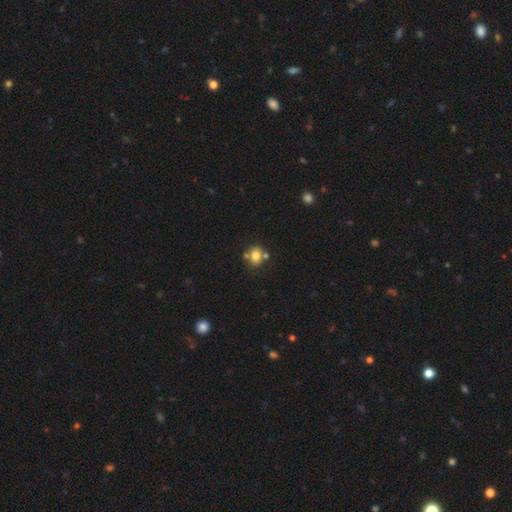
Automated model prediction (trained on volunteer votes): A smooth galaxy with no disk features (77%) that is round (68%).

Vote fractions:
- Smooth or featured? smooth: 77% / star or artifact: 12% / featured or disk: 11%
- How rounded? round: 68% / in between: 31% / cigar-shaped: 1%
- Merging? none: 63% / merger: 20% / minor disturbance: 13% / major disturbance: 4%